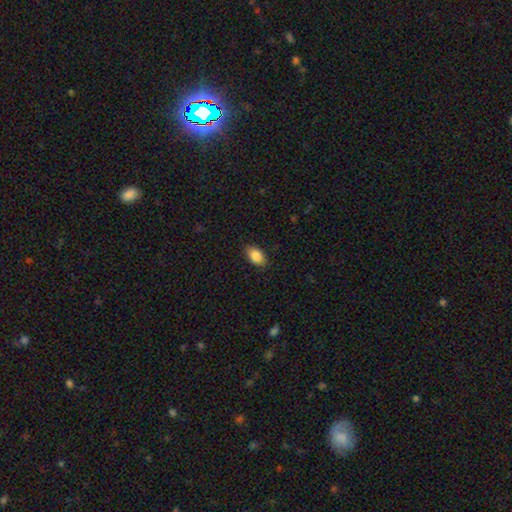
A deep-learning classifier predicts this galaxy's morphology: Smooth or featured? smooth (87%)
How rounded? in between (90%)
Merging? none (85%)